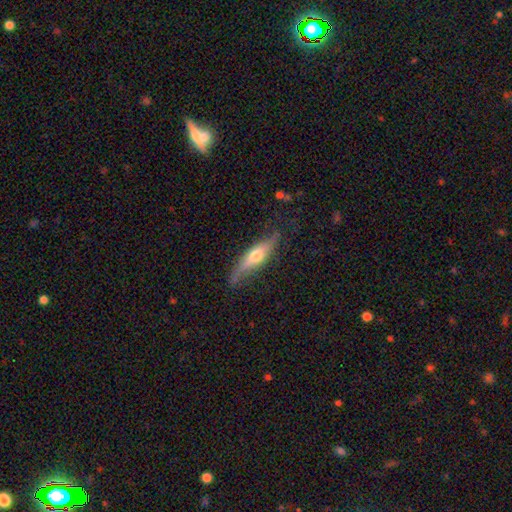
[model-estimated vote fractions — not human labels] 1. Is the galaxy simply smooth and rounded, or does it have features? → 54% featured or disk, 41% smooth, 6% star or artifact.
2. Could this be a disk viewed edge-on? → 78% yes, 22% no.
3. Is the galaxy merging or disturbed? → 65% none, 25% minor disturbance, 8% major disturbance, 2% merger.